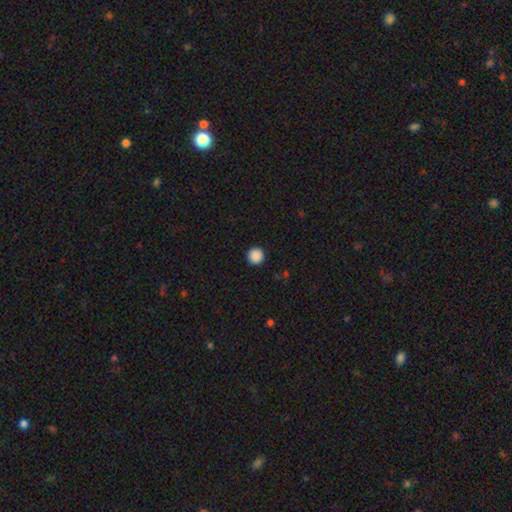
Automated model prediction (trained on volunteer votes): Smooth or featured?
  - smooth: 89% *
  - star or artifact: 9%
  - featured or disk: 2%
How rounded?
  - round: 96% *
  - in between: 3%
  - cigar-shaped: 1%
Merging?
  - none: 93% *
  - minor disturbance: 4%
  - major disturbance: 2%
  - merger: 1%